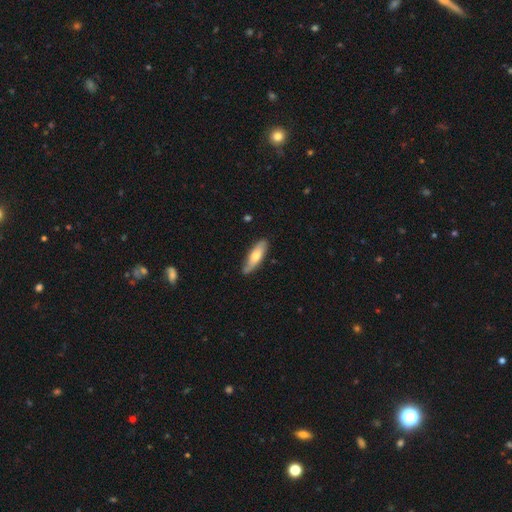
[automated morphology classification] Smooth or featured? smooth (61%)
How rounded? cigar-shaped (53%)
Merging? none (79%)